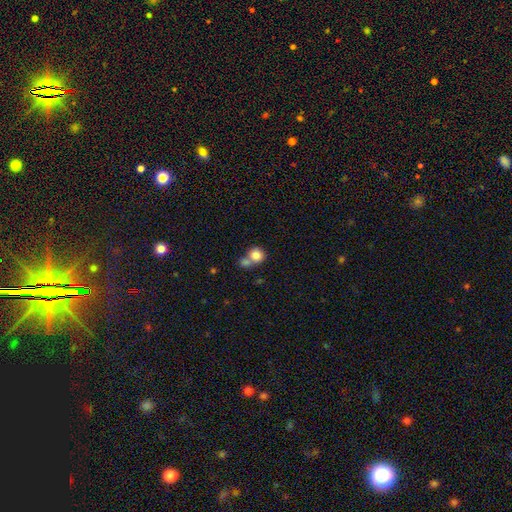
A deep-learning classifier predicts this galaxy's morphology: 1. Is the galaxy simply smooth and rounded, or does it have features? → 82% smooth, 9% featured or disk, 9% star or artifact.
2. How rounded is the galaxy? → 83% round, 16% in between, 1% cigar-shaped.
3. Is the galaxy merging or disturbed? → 47% merger, 41% none, 8% minor disturbance, 4% major disturbance.